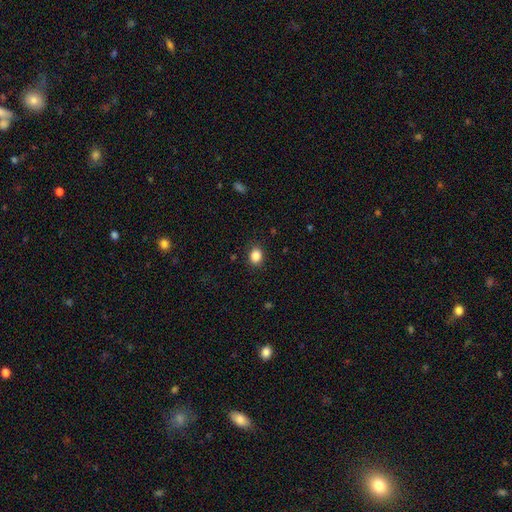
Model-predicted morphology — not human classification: type=smooth (87%); roundness=in between (50%); merging=none (89%).